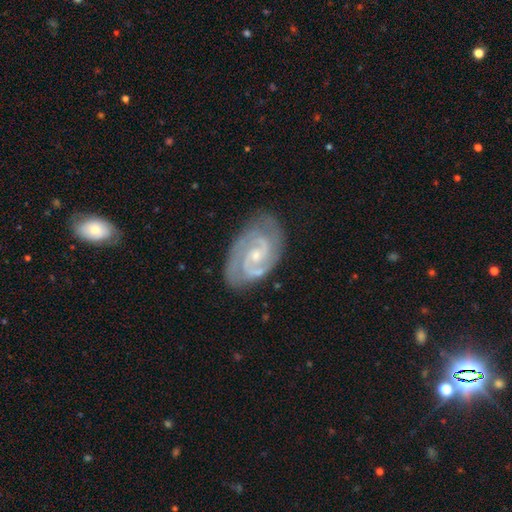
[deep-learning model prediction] Smooth or featured? featured or disk (90%)
Edge-on disk? no (97%)
Bar? no (52%)
Spiral arms? yes (98%)
Spiral winding? tight (53%)
Spiral arm count? 2 (81%)
Bulge size? small (65%)
Merging? none (78%)